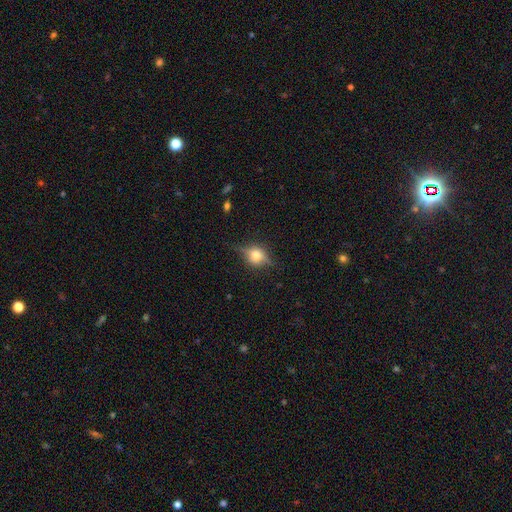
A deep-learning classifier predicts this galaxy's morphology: type=featured or disk (53%); edge-on=yes (89%); merging=none (78%).